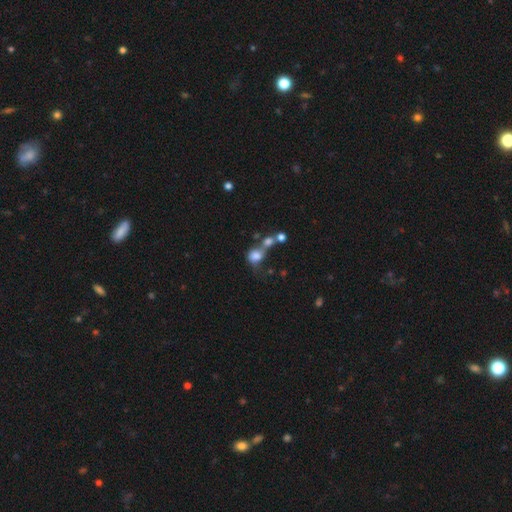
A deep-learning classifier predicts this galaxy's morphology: Smooth or featured: smooth — 72% (featured or disk — 15%)
How rounded: round — 60% (in between — 38%)
Merging: merger — 50% (none — 25%)